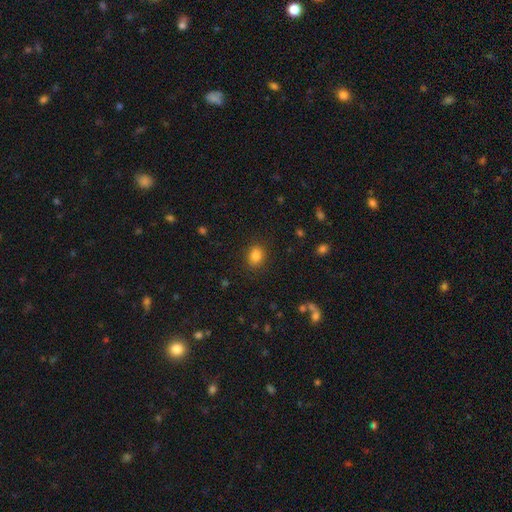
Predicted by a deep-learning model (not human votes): Smooth or featured: smooth — 84% (star or artifact — 11%)
How rounded: round — 53% (in between — 46%)
Merging: none — 87% (minor disturbance — 9%)